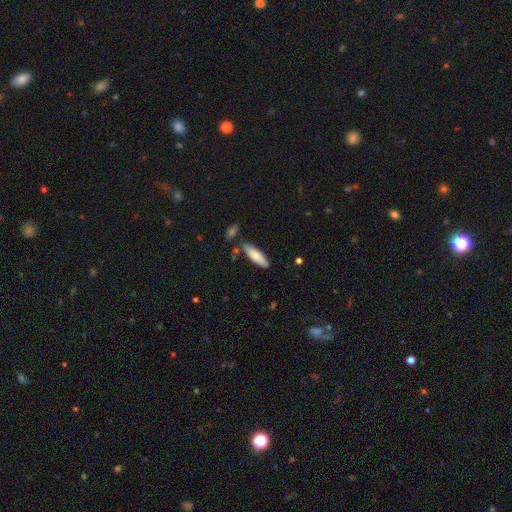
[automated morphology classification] Smooth or featured: smooth — 78% (featured or disk — 17%)
How rounded: in between — 55% (cigar-shaped — 44%)
Merging: none — 76% (minor disturbance — 16%)